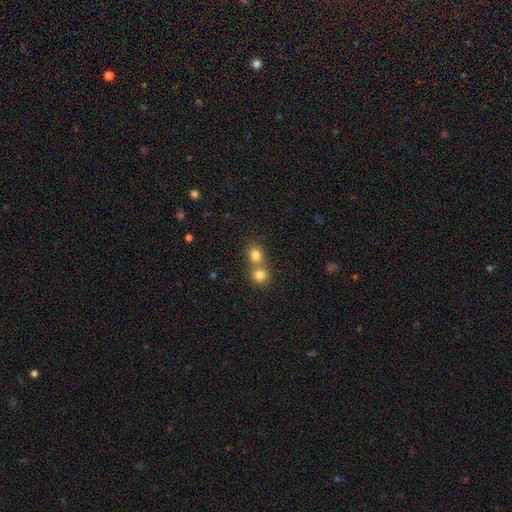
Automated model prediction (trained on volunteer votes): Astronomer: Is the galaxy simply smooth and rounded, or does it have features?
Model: smooth — 79%.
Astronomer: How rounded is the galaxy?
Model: round — 77%.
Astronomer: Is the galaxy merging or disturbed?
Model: merger — 51% (runner-up: none, 41%).